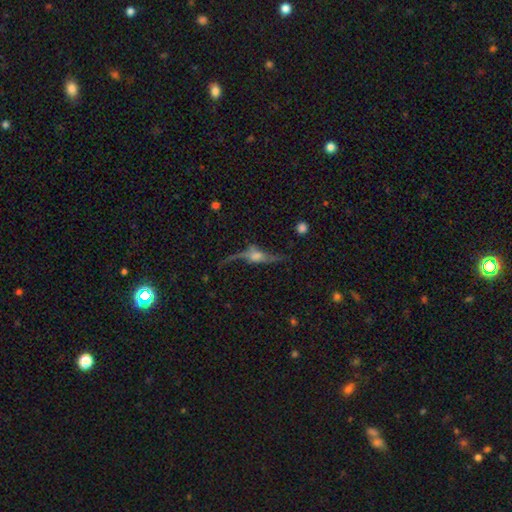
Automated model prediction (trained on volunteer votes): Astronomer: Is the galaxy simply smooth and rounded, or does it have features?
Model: featured or disk — 72%.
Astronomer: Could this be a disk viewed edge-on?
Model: yes — 60% (runner-up: no, 40%).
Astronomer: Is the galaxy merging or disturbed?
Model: none — 48% (runner-up: major disturbance, 24%).